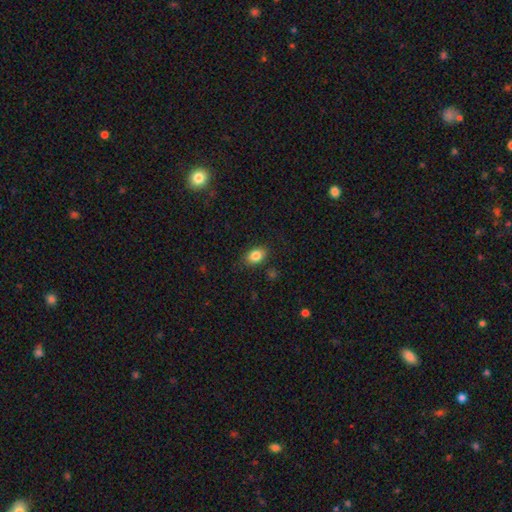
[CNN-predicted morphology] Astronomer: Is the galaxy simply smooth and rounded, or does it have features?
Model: smooth — 83%.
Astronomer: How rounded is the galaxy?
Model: in between — 81%.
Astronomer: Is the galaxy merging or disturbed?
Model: none — 83%.